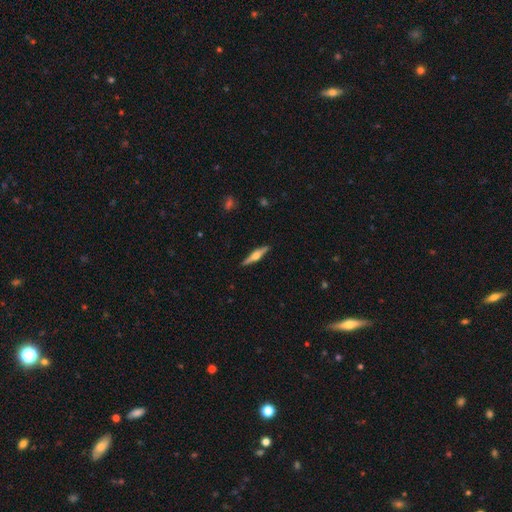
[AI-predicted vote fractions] A featured or disk galaxy (68%) viewed edge-on (97%) with a rounded central bulge (93%). Merging: none (90%).